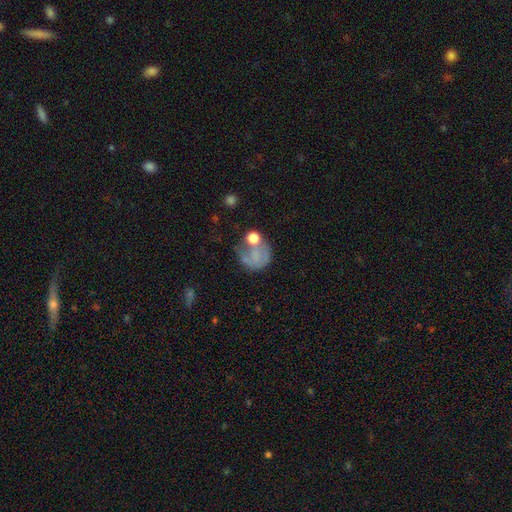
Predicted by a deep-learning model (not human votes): smooth-or-featured: smooth: 53% | featured or disk: 35% | star or artifact: 13%
  how-rounded: round: 71% | in between: 28% | cigar-shaped: 1%
  merging: none: 33% | major disturbance: 32% | minor disturbance: 19% | merger: 15%